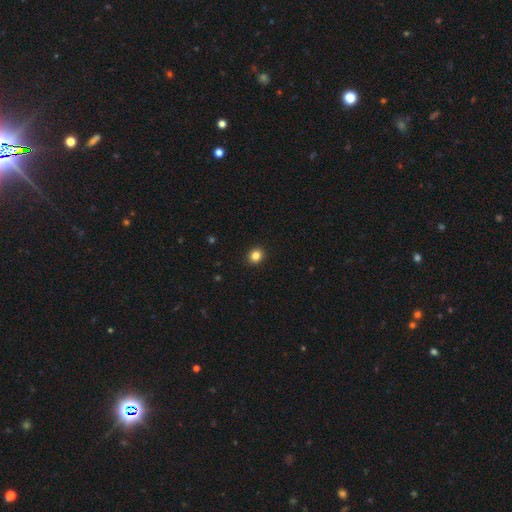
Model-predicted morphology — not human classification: A smooth galaxy with no disk features (85%) that is round (76%).

Vote fractions:
- Smooth or featured? smooth: 85% / star or artifact: 11% / featured or disk: 4%
- How rounded? round: 76% / in between: 23% / cigar-shaped: 1%
- Merging? none: 92% / minor disturbance: 5% / major disturbance: 2% / merger: 1%